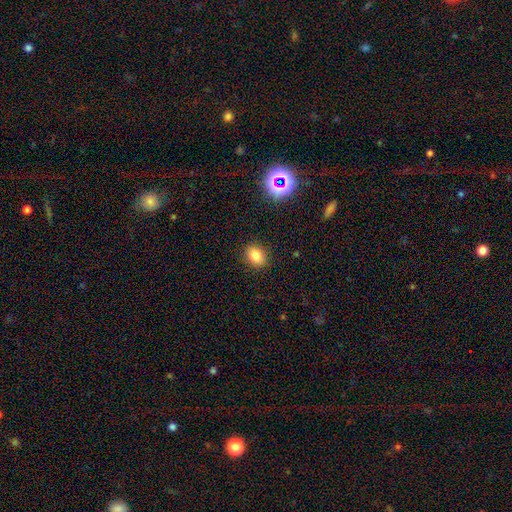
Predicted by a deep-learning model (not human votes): Smooth or featured?
  - smooth: 81% *
  - star or artifact: 13%
  - featured or disk: 6%
How rounded?
  - in between: 61% *
  - round: 38%
  - cigar-shaped: 1%
Merging?
  - none: 88% *
  - minor disturbance: 8%
  - major disturbance: 2%
  - merger: 1%